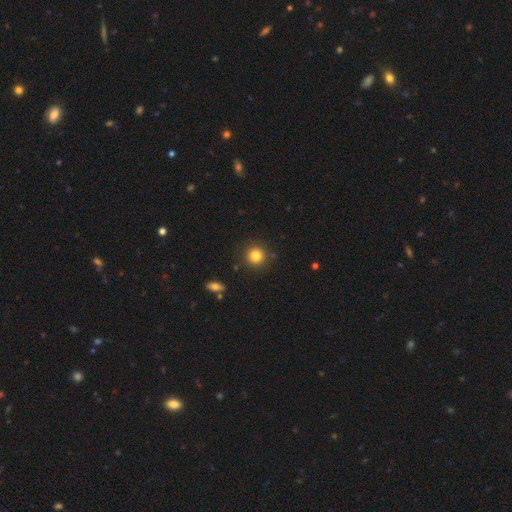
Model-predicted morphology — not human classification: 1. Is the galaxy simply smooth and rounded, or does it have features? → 82% smooth, 11% star or artifact, 6% featured or disk.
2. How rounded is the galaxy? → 93% round, 6% in between, 1% cigar-shaped.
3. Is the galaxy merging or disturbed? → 88% none, 7% minor disturbance, 2% merger, 2% major disturbance.